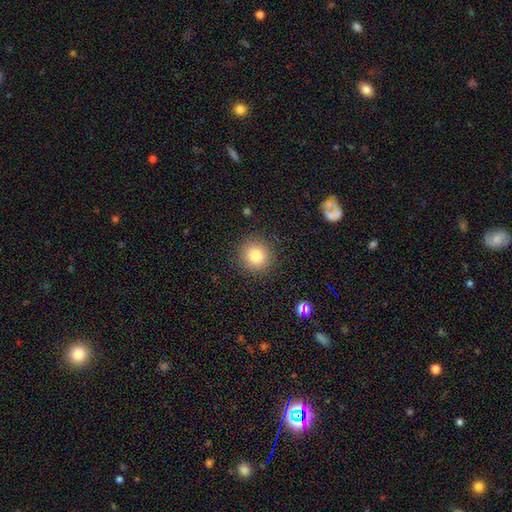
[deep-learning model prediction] This appears to be a smooth galaxy with no disk features (82%) that is round (92%). Merging: none (89%).